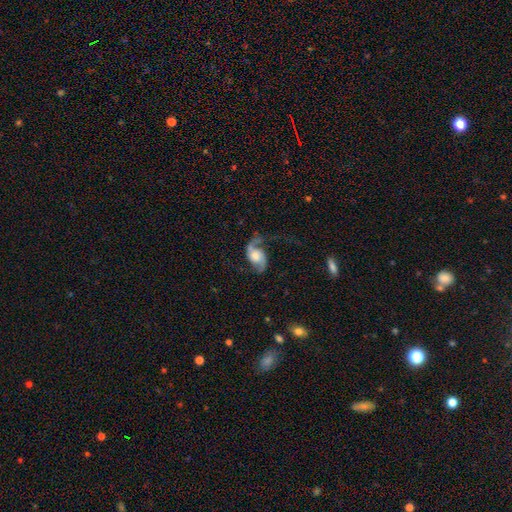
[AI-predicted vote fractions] Smooth or featured: featured or disk — 82% (smooth — 12%)
Edge-on disk: no — 97% (yes — 3%)
Bar: no — 66% (weak — 27%)
Spiral arms: yes — 95% (no — 5%)
Spiral winding: loose — 65% (medium — 28%)
Spiral arm count: 2 — 90% (1 — 5%)
Bulge size: moderate — 38% (large — 29%)
Merging: none — 58% (minor disturbance — 20%)